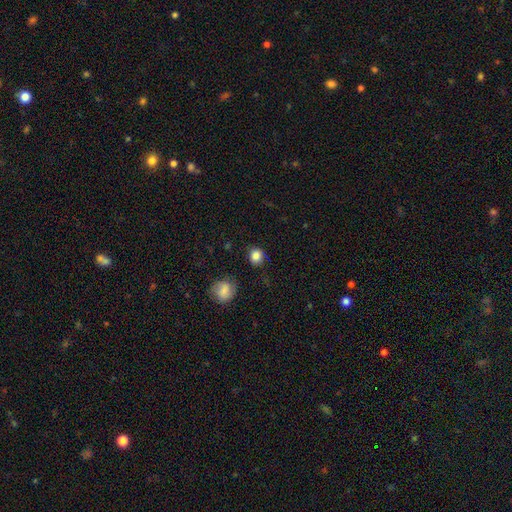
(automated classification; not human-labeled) smooth 85%, star or artifact 10%, featured or disk 5%. Down the decision tree: how rounded — round (77%); merging — none (79%).